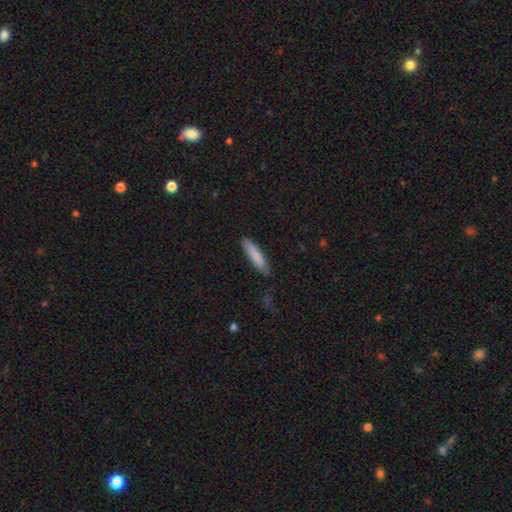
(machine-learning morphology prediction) Smooth or featured?
  - smooth: 84% *
  - featured or disk: 10%
  - star or artifact: 6%
How rounded?
  - cigar-shaped: 82% *
  - in between: 17%
  - round: 1%
Merging?
  - none: 82% *
  - minor disturbance: 14%
  - major disturbance: 2%
  - merger: 1%